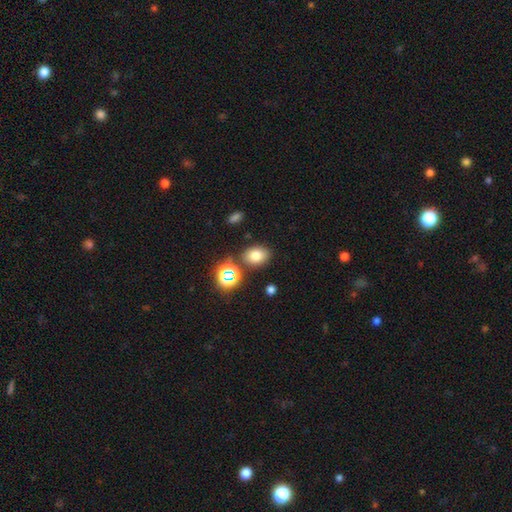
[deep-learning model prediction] Smooth or featured?
  - smooth: 74% *
  - star or artifact: 17%
  - featured or disk: 9%
How rounded?
  - in between: 65% *
  - round: 34%
  - cigar-shaped: 1%
Merging?
  - none: 78% *
  - minor disturbance: 11%
  - merger: 7%
  - major disturbance: 3%